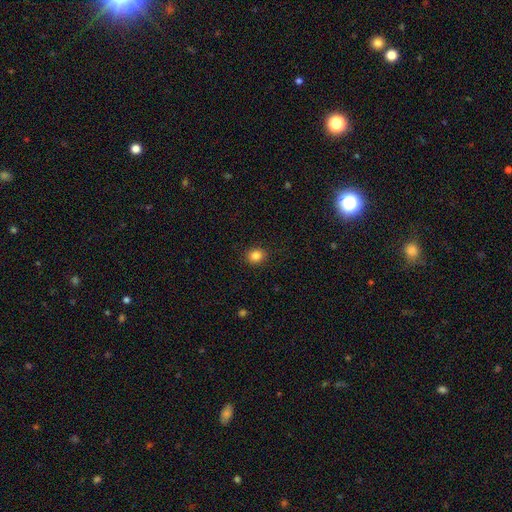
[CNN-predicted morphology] Smooth or featured?
  - smooth: 84% *
  - star or artifact: 11%
  - featured or disk: 5%
How rounded?
  - round: 78% *
  - in between: 21%
  - cigar-shaped: 1%
Merging?
  - none: 90% *
  - minor disturbance: 6%
  - major disturbance: 2%
  - merger: 1%